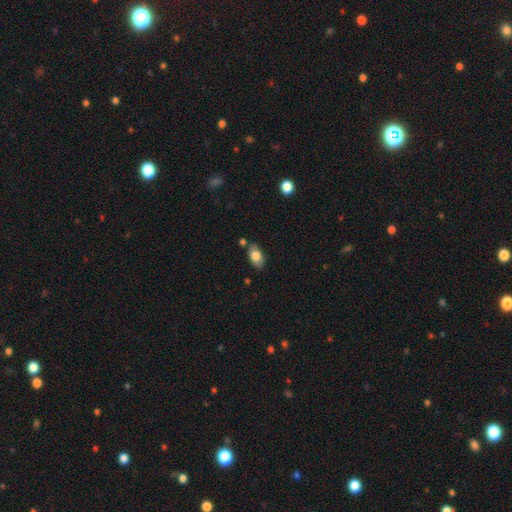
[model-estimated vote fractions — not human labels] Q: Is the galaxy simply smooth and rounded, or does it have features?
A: smooth — 79%.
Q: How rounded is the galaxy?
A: in between — 91%.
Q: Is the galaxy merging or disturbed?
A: none — 75%.